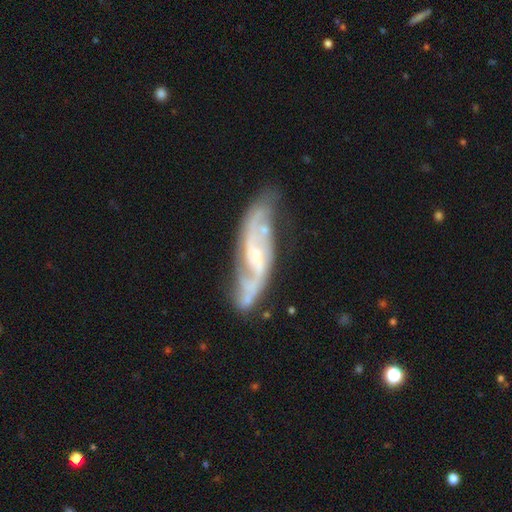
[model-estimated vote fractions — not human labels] This appears to be a featured or disk galaxy (85%) with a weak bar (45%), 2 (75%) medium (46%) spiral arms (95%) and a small central bulge (60%). Merging: none (64%).